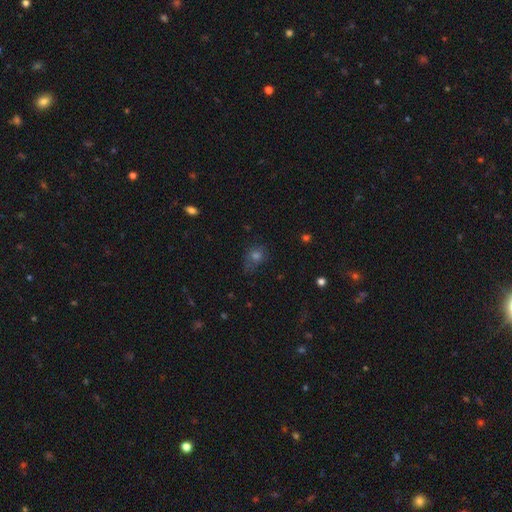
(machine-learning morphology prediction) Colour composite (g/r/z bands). It shows a smooth galaxy with no disk features (62%) that is round (68%). Merging: none (58%).